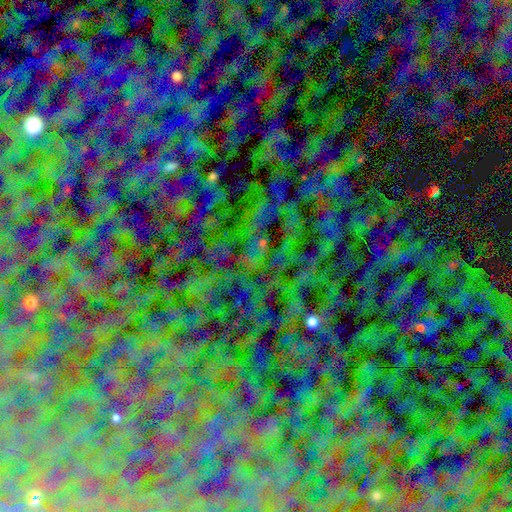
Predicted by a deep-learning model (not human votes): Smooth or featured: star or artifact — 77% (smooth — 14%)